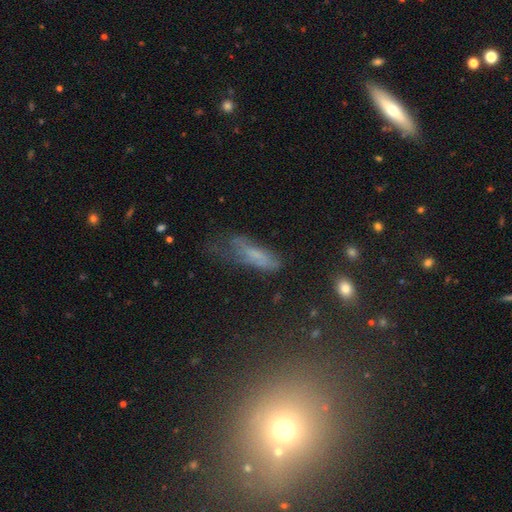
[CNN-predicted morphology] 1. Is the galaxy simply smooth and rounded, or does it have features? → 53% smooth, 33% featured or disk, 14% star or artifact.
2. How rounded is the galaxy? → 54% cigar-shaped, 42% in between, 3% round.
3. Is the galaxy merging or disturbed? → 40% none, 31% minor disturbance, 25% major disturbance, 4% merger.